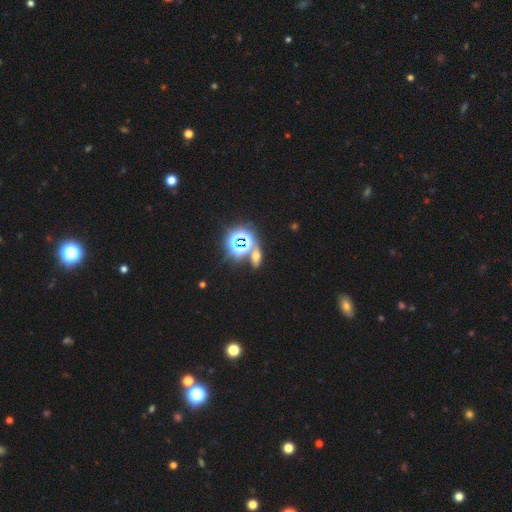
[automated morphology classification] smooth_or_featured: star or artifact (p=0.49) [alt: smooth p=0.36]